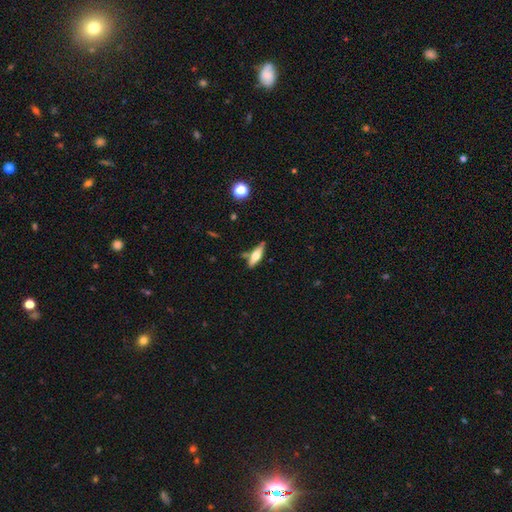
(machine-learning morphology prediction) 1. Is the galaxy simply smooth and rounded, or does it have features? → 48% smooth, 45% featured or disk, 7% star or artifact.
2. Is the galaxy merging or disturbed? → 72% none, 16% minor disturbance, 8% merger, 4% major disturbance.